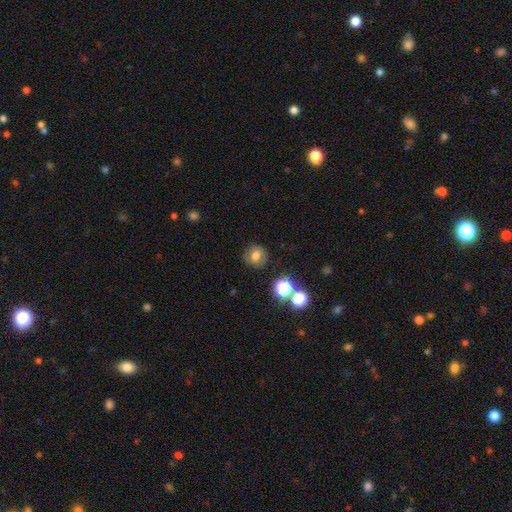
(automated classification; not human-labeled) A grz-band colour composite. It shows a smooth galaxy with no disk features (71%) that is round (88%). Merging: none (86%).